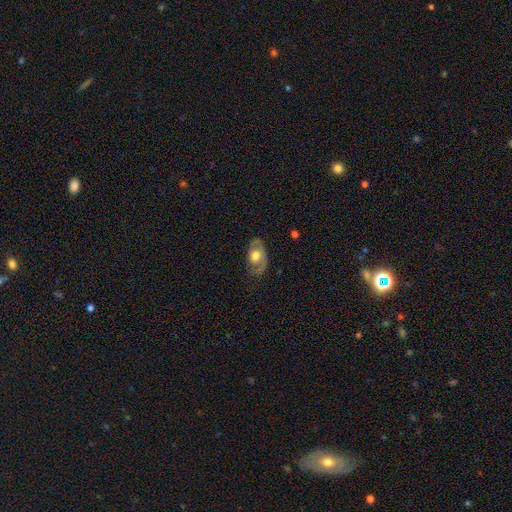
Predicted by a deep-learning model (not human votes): smooth-or-featured: featured or disk: 61% | smooth: 33% | star or artifact: 6%
  disk-edge-on: no: 92% | yes: 8%
    bar: no: 79% | weak: 18% | strong: 3%
    has-spiral-arms: yes: 62% | no: 38%
    bulge-size: moderate: 58% | large: 32% | small: 7% | dominant: 2% | none: 1%
  merging: none: 68% | minor disturbance: 21% | major disturbance: 10% | merger: 1%